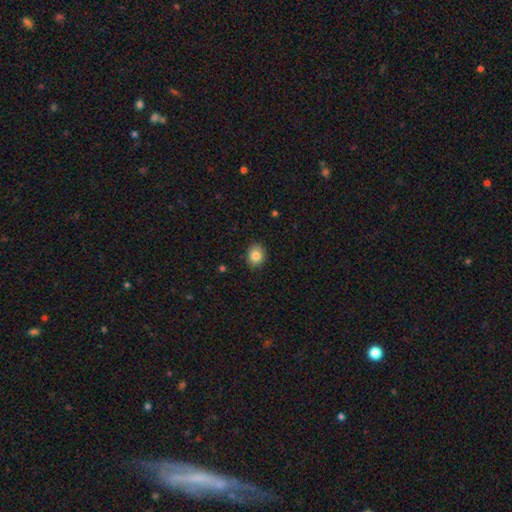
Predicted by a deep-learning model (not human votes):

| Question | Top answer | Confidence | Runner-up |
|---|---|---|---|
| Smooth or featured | smooth | 85% | star or artifact (9%) |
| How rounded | round | 55% | in between (44%) |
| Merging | none | 87% | minor disturbance (10%) |